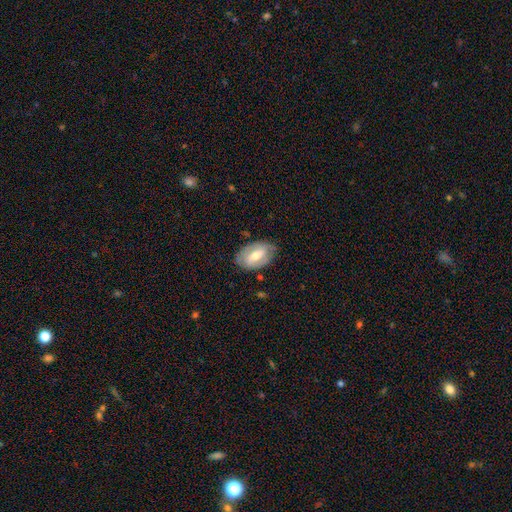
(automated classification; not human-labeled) Smooth or featured?
  - featured or disk: 52% *
  - smooth: 42%
  - star or artifact: 6%
Edge-on disk?
  - no: 91% *
  - yes: 9%
Merging?
  - none: 75% *
  - minor disturbance: 19%
  - major disturbance: 5%
  - merger: 1%